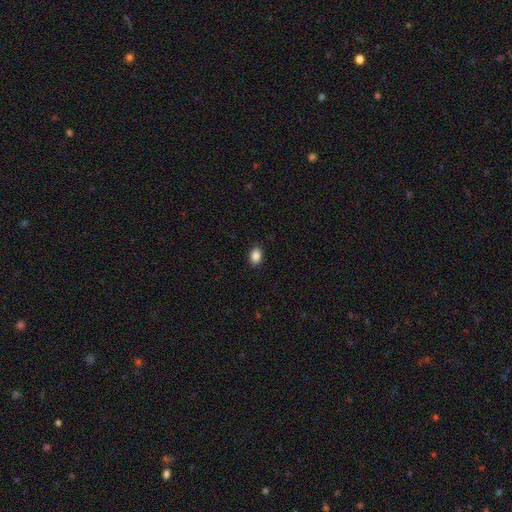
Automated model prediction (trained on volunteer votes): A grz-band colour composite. It shows a smooth galaxy with no disk features (88%) that is in between round and cigar-shaped (75%). Merging: none (90%).